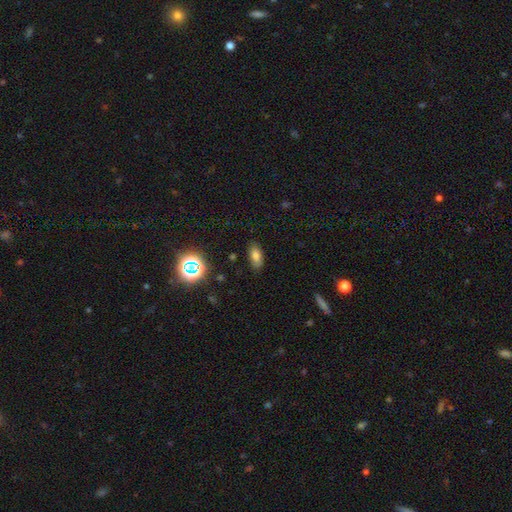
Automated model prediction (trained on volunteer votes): Q: Smooth or featured?
A: smooth (75%); runner-up: star or artifact (15%)
Q: How rounded?
A: in between (87%); runner-up: cigar-shaped (7%)
Q: Merging?
A: none (84%); runner-up: minor disturbance (12%)